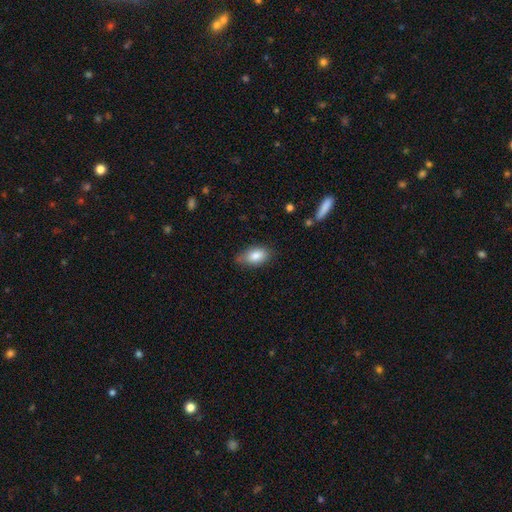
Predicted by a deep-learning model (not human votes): This is clearly a smooth galaxy (83%). How rounded: clearly in between (90%). Merging: likely none (70%).